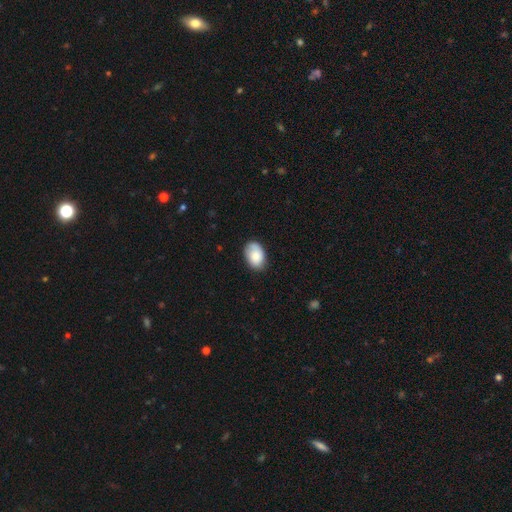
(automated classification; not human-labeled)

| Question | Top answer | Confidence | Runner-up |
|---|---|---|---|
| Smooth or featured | smooth | 80% | featured or disk (14%) |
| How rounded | in between | 85% | round (14%) |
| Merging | none | 75% | minor disturbance (20%) |